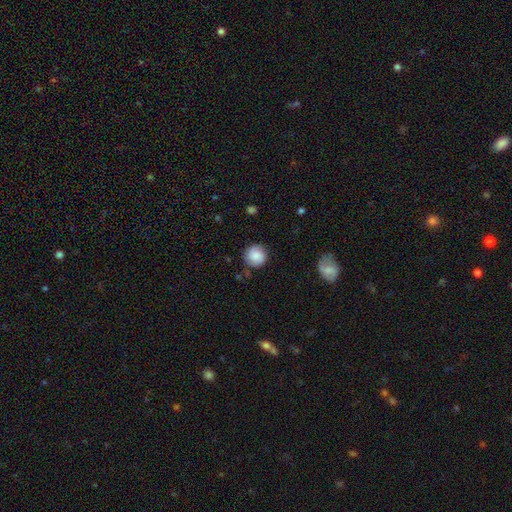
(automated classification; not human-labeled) Overall: smooth (78%). How rounded: round (92%). Merging: none (82%).